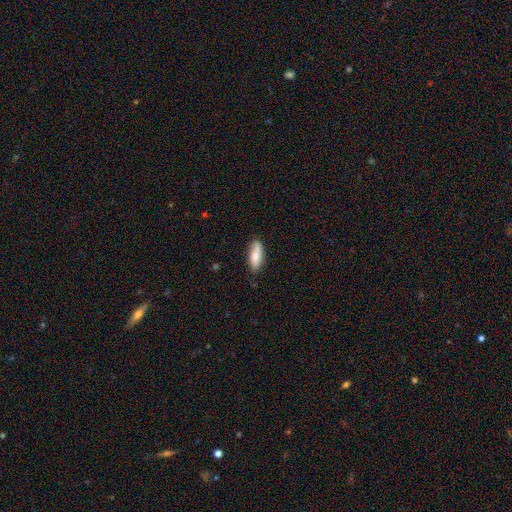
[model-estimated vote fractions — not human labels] Smooth or featured: smooth — 73% (featured or disk — 21%)
How rounded: in between — 71% (cigar-shaped — 26%)
Merging: none — 77% (minor disturbance — 17%)